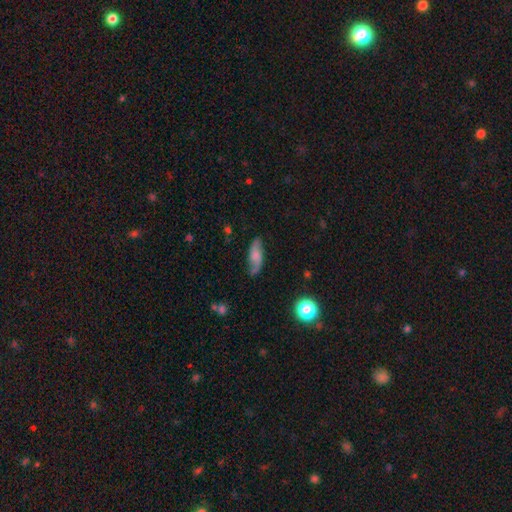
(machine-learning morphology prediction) Smooth or featured? featured or disk (50%)
Merging? none (69%)